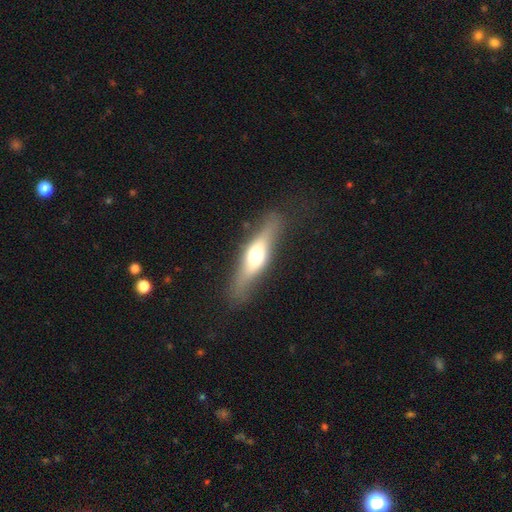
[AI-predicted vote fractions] featured or disk 55%, smooth 39%, star or artifact 6%. Down the decision tree: edge-on disk — yes (75%); merging — none (76%).